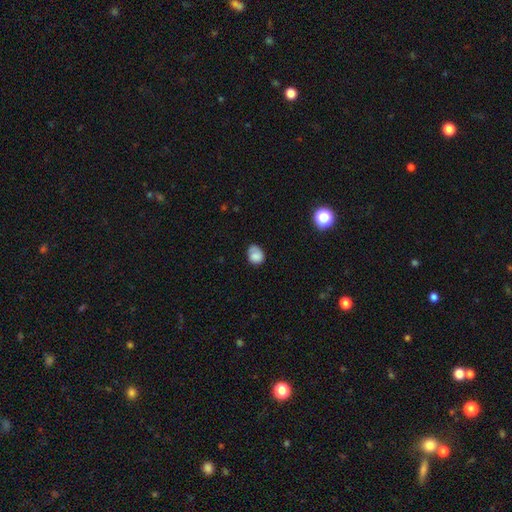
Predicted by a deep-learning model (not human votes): Smooth or featured?
  - smooth: 78% *
  - featured or disk: 12%
  - star or artifact: 9%
How rounded?
  - in between: 55% *
  - round: 44%
  - cigar-shaped: 1%
Merging?
  - none: 57% *
  - minor disturbance: 31%
  - major disturbance: 9%
  - merger: 3%